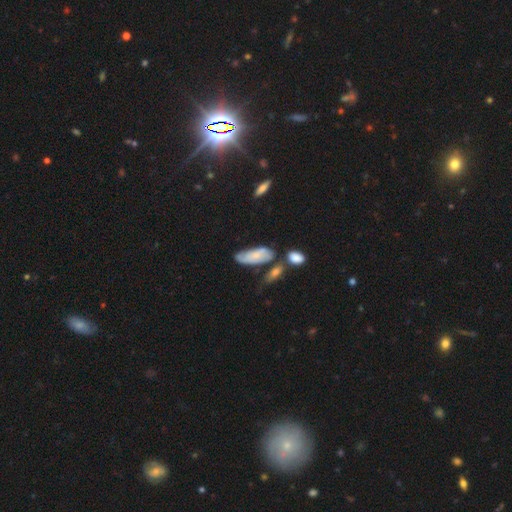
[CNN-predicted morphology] This is possibly a smooth galaxy (56%). How rounded: likely in between (77%). Merging: possibly none (48%).